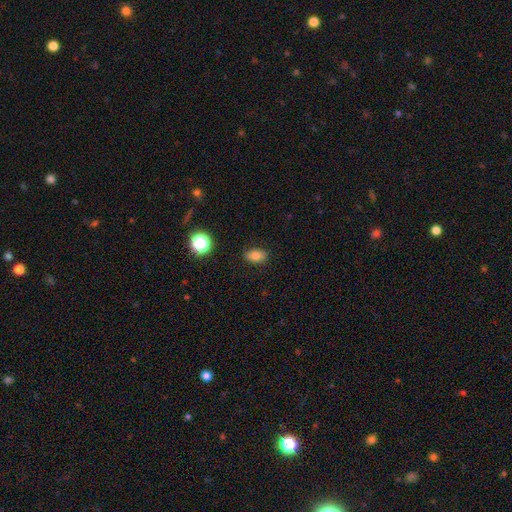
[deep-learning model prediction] A smooth galaxy with no disk features (76%) that is in between round and cigar-shaped (83%).

Vote fractions:
- Smooth or featured? smooth: 76% / star or artifact: 12% / featured or disk: 12%
- How rounded? in between: 83% / round: 15% / cigar-shaped: 3%
- Merging? none: 85% / minor disturbance: 11% / major disturbance: 2% / merger: 1%